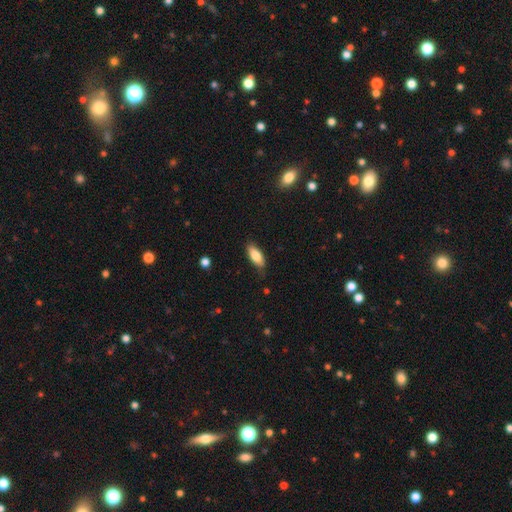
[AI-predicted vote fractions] smooth-or-featured: smooth: 82% | featured or disk: 11% | star or artifact: 6%
  how-rounded: in between: 78% | cigar-shaped: 20% | round: 2%
  merging: none: 74% | minor disturbance: 21% | major disturbance: 4% | merger: 1%